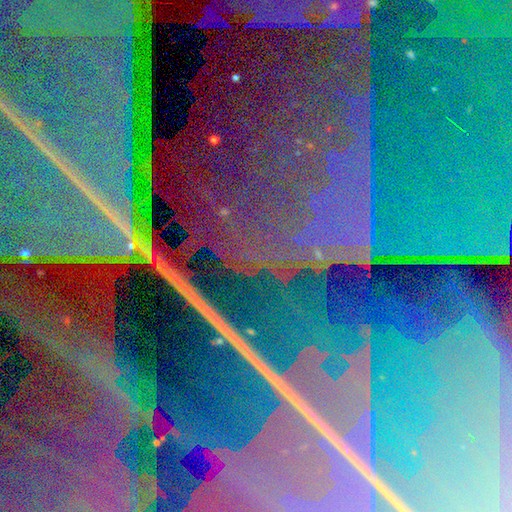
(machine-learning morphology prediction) A star or artifact, not a galaxy (88%).